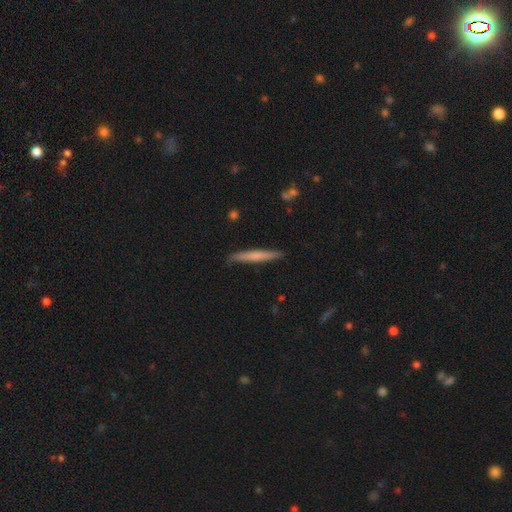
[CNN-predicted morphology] smooth-or-featured: smooth: 62% | featured or disk: 33% | star or artifact: 6%
  how-rounded: cigar-shaped: 96% | in between: 3% | round: 1%
  merging: none: 88% | minor disturbance: 9% | major disturbance: 2% | merger: 1%